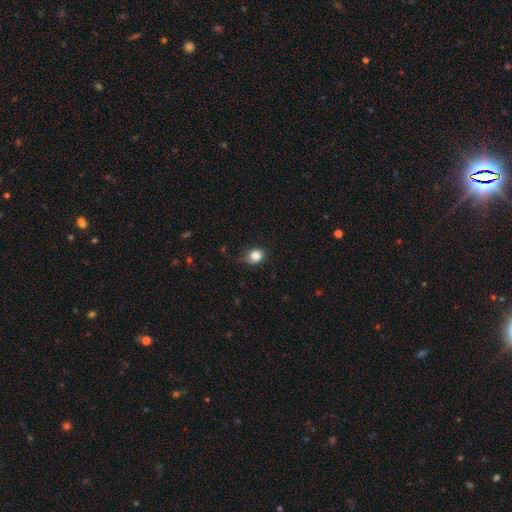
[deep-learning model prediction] A smooth galaxy with no disk features (84%) that is round (64%). Merging: none (62%).